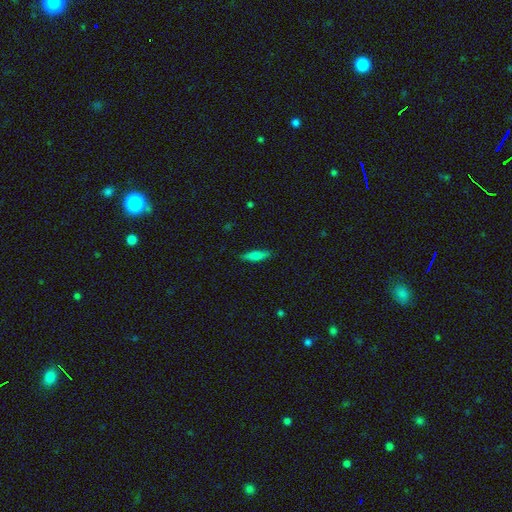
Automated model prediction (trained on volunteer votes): Smooth or featured? smooth (75%)
How rounded? cigar-shaped (65%)
Merging? none (86%)